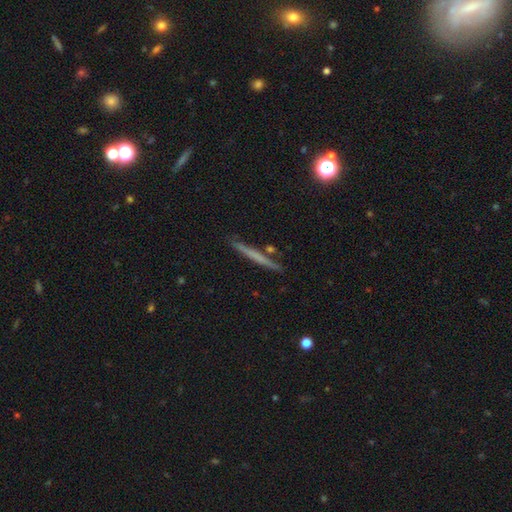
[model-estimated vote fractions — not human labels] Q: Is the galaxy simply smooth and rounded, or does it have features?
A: smooth — 48%.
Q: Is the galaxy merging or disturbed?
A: none — 88%.